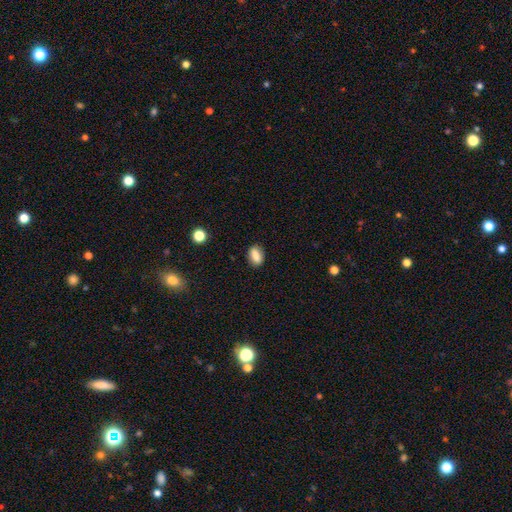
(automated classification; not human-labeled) Morphology: type=smooth (83%); roundness=in between (80%); merging=none (86%).